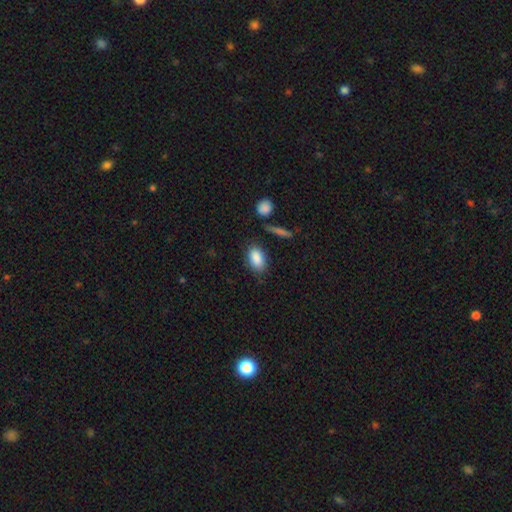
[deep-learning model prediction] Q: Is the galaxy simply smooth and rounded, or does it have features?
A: smooth — 88%.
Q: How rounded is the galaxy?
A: in between — 89%.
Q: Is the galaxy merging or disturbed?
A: none — 79%.